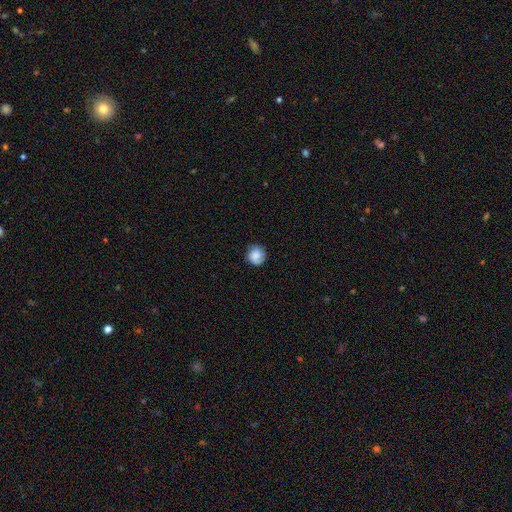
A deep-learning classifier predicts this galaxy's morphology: This appears to be a smooth galaxy with no disk features (75%) that is round (89%). Merging: none (80%).